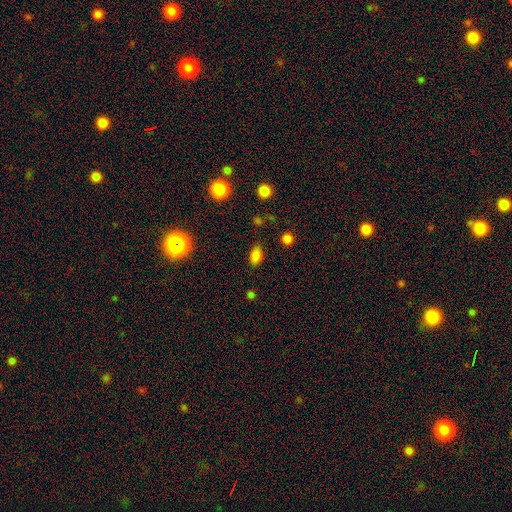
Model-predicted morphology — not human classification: type=smooth (81%); roundness=in between (88%); merging=none (83%).